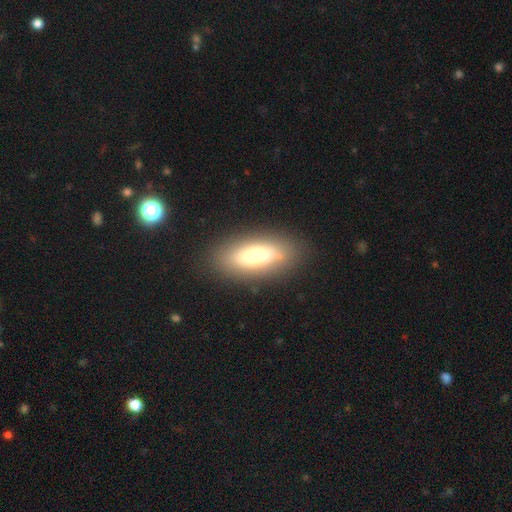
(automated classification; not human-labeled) This is likely a smooth galaxy (70%). How rounded: likely in between (76%). Merging: clearly none (81%).